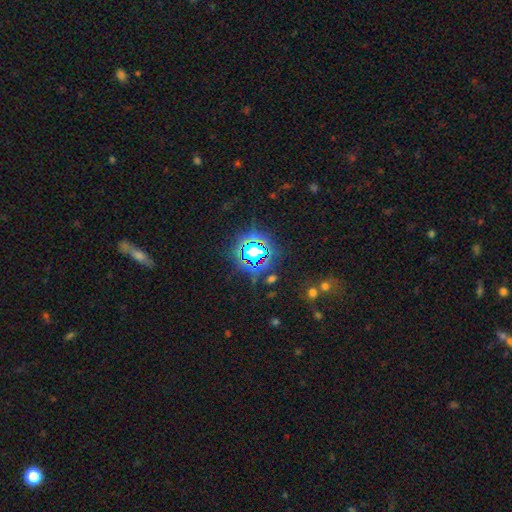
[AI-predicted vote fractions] Morphology: type=star or artifact (77%).